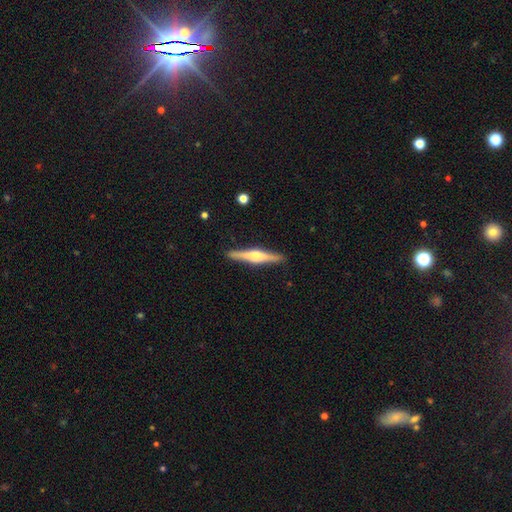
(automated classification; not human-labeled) Smooth or featured? Predicted: featured or disk (p=0.69). Edge-on disk? Predicted: yes (p=0.98). Edge-on bulge? Predicted: rounded (p=0.83). Merging? Predicted: none (p=0.91).